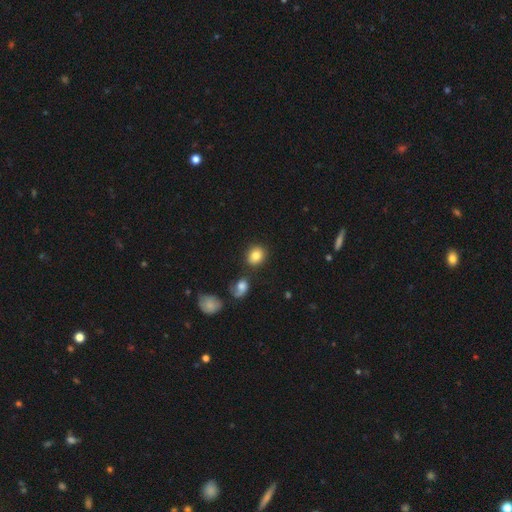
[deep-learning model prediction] A smooth galaxy with no disk features (82%) that is round (61%). Merging: none (73%).